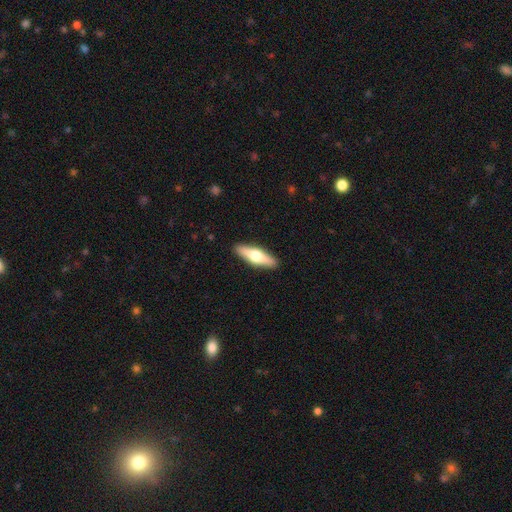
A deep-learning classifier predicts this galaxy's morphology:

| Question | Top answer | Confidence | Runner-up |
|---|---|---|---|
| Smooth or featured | smooth | 52% | featured or disk (43%) |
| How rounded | cigar-shaped | 58% | in between (40%) |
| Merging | none | 91% | minor disturbance (7%) |